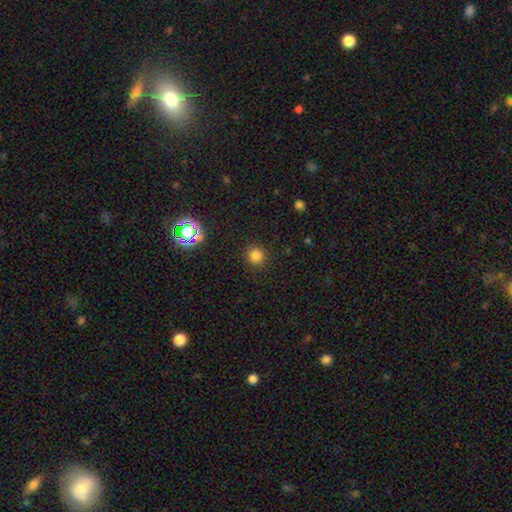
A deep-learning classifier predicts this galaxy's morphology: smooth 80%, star or artifact 16%, featured or disk 4%. Down the decision tree: how rounded — round (94%); merging — none (90%).